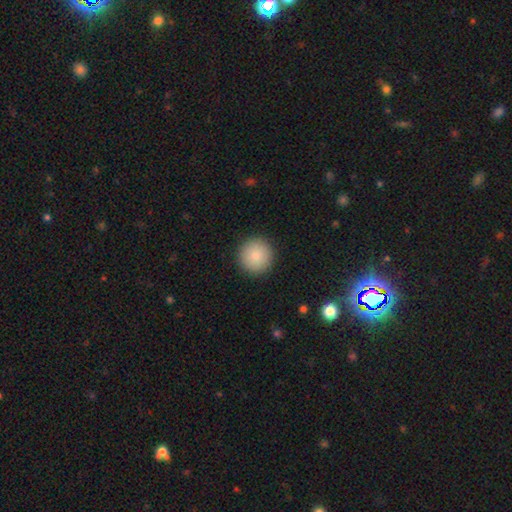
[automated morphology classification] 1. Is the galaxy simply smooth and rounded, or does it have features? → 87% smooth, 7% star or artifact, 5% featured or disk.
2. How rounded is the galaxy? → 95% round, 4% in between, 1% cigar-shaped.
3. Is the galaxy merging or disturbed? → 92% none, 5% minor disturbance, 2% major disturbance, 1% merger.